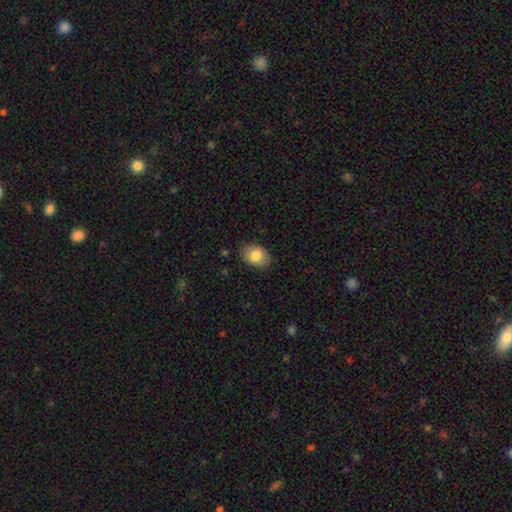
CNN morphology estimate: The model was most divided on "how rounded": in between: 76%, round: 23%, cigar-shaped: 1%. More confident: merging — none (85%); smooth or featured — smooth (82%).